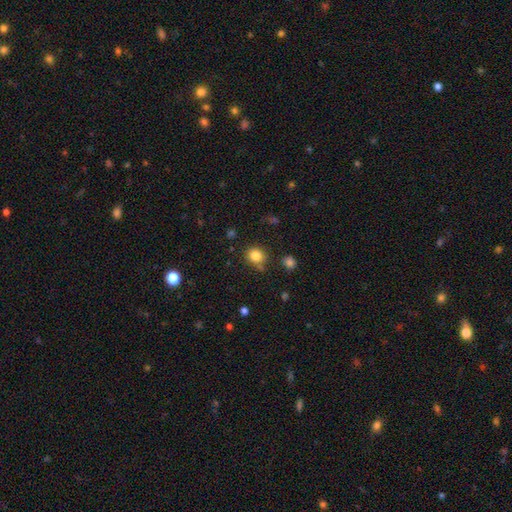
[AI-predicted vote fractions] Smooth or featured? smooth (83%)
How rounded? round (76%)
Merging? none (78%)